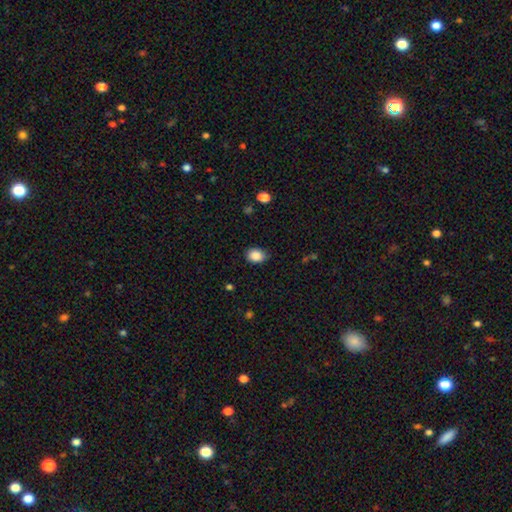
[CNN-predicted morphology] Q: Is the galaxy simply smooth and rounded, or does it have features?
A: smooth — 88%.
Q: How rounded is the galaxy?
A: in between — 69%.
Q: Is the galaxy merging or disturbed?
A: none — 77%.